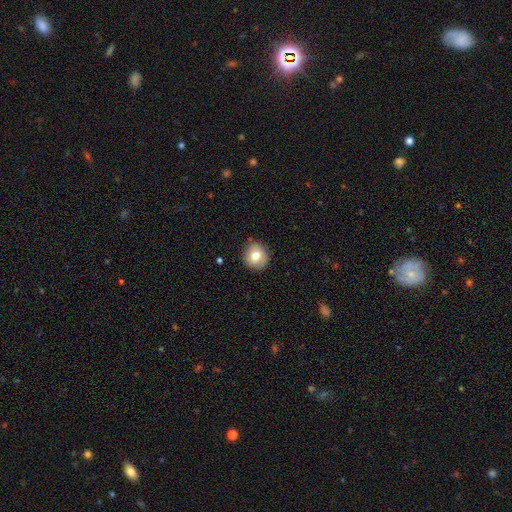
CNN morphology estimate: The model was most divided on "smooth or featured": smooth: 77%, featured or disk: 14%, star or artifact: 9%. More confident: how rounded — round (86%); merging — none (86%).